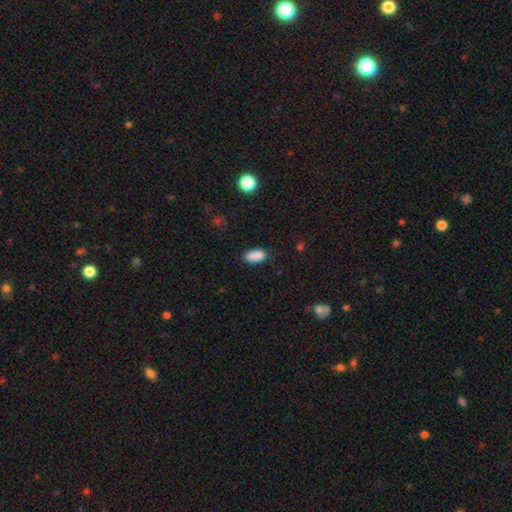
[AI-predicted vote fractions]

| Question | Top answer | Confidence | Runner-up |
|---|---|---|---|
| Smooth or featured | smooth | 88% | star or artifact (8%) |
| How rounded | in between | 92% | round (4%) |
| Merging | none | 79% | minor disturbance (16%) |